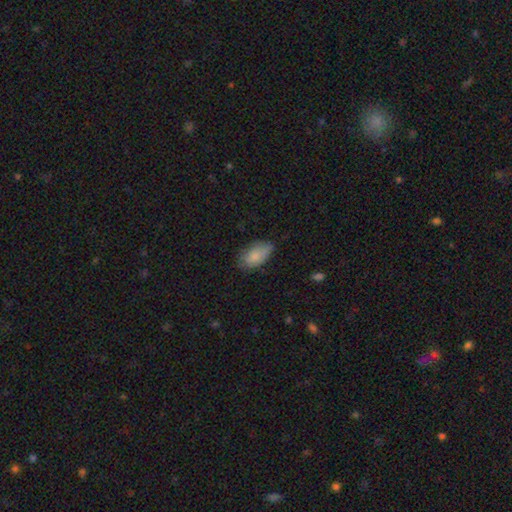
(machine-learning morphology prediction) Smooth or featured: smooth — 82% (featured or disk — 11%)
How rounded: in between — 94% (round — 4%)
Merging: none — 60% (minor disturbance — 32%)